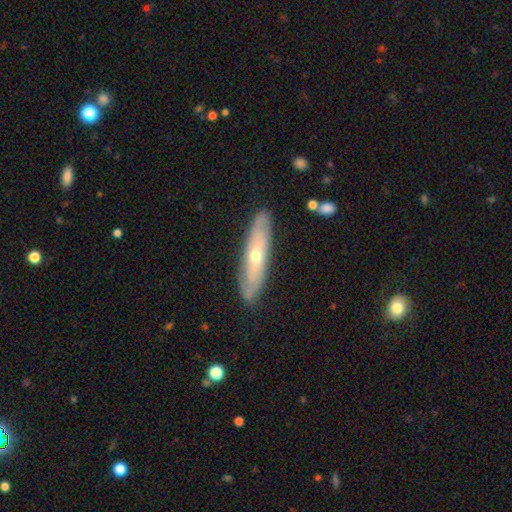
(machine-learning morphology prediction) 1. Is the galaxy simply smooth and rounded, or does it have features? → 58% featured or disk, 36% smooth, 6% star or artifact.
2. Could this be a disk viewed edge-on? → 52% no, 48% yes.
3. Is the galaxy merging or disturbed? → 85% none, 11% minor disturbance, 2% major disturbance, 1% merger.